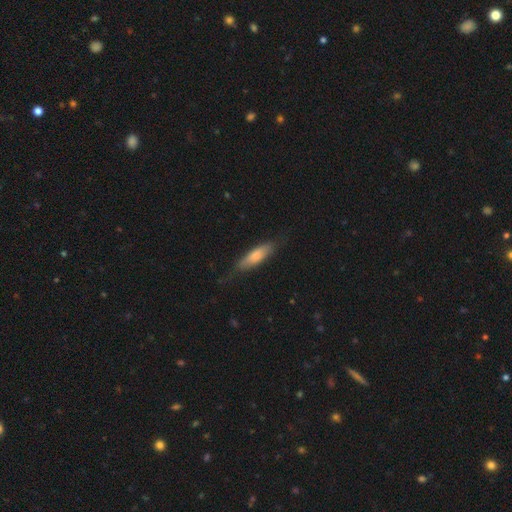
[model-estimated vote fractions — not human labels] Overall: smooth (76%). How rounded: cigar-shaped (54%; in between 44%). Merging: none (72%).